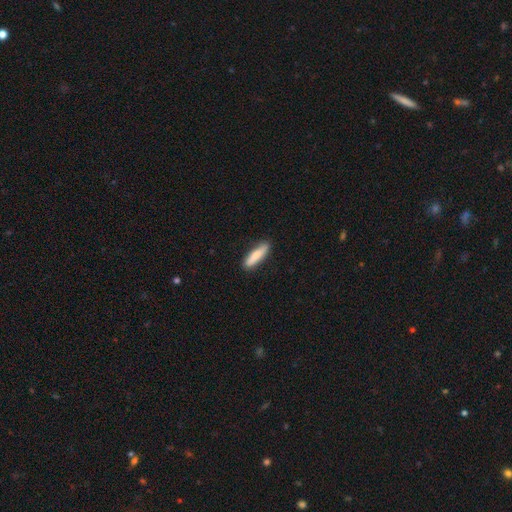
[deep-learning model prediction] smooth_or_featured: smooth (p=0.79) [alt: featured or disk p=0.15]
how_rounded: cigar-shaped (p=0.73) [alt: in between p=0.26]
merging: none (p=0.86) [alt: minor disturbance p=0.11]